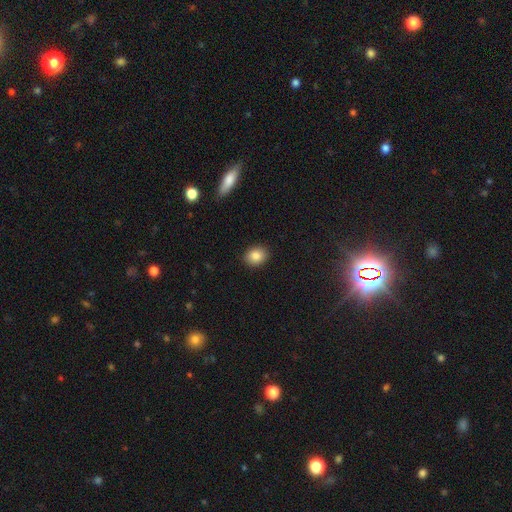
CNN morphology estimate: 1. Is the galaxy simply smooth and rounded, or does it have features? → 85% smooth, 9% star or artifact, 6% featured or disk.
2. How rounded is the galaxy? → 50% in between, 49% round, 1% cigar-shaped.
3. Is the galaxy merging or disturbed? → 89% none, 7% minor disturbance, 2% major disturbance, 1% merger.